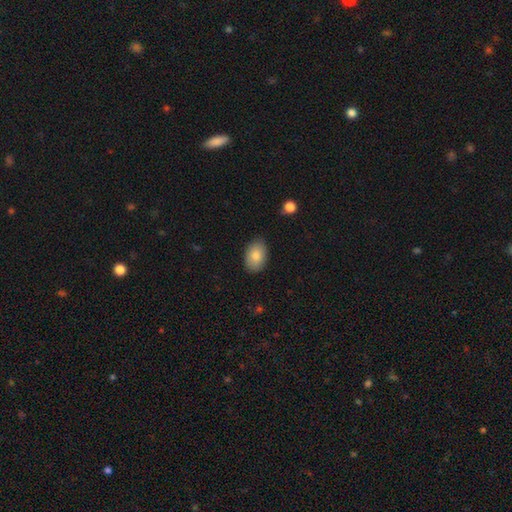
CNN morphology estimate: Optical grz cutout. It shows a smooth galaxy with no disk features (84%) that is in between round and cigar-shaped (88%). Merging: none (84%).